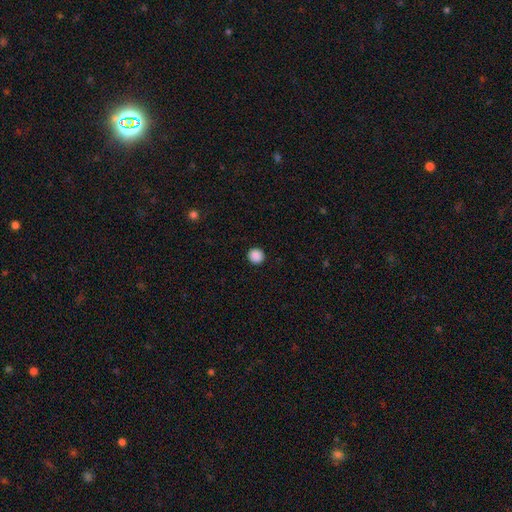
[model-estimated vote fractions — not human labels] The model was most divided on "smooth or featured": smooth: 88%, star or artifact: 10%, featured or disk: 2%. More confident: merging — none (93%); how rounded — round (93%).